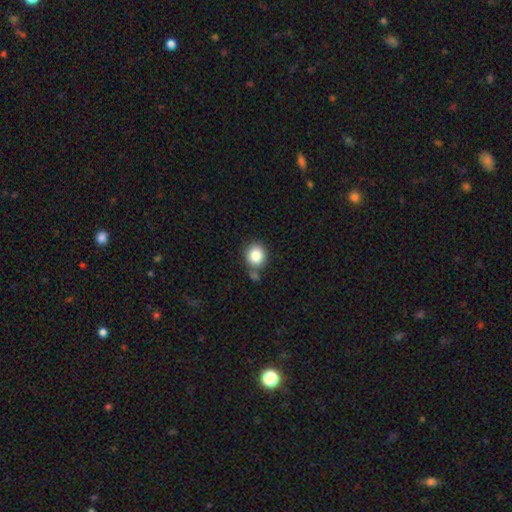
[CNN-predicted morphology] smooth_or_featured: smooth (p=0.84) [alt: star or artifact p=0.10]
how_rounded: round (p=0.80) [alt: in between p=0.19]
merging: none (p=0.69) [alt: merger p=0.14]